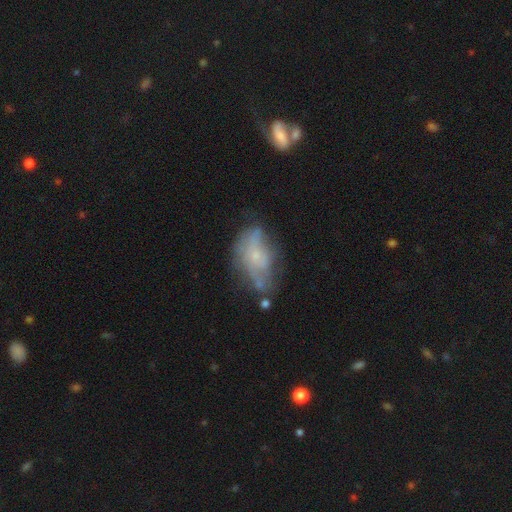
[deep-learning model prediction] Q: Smooth or featured?
A: featured or disk (54%); runner-up: smooth (36%)
Q: Edge-on disk?
A: no (93%); runner-up: yes (7%)
Q: Bar?
A: no (82%); runner-up: weak (15%)
Q: Spiral arms?
A: no (59%); runner-up: yes (41%)
Q: Bulge size?
A: small (70%); runner-up: moderate (17%)
Q: Merging?
A: none (37%); runner-up: minor disturbance (31%)